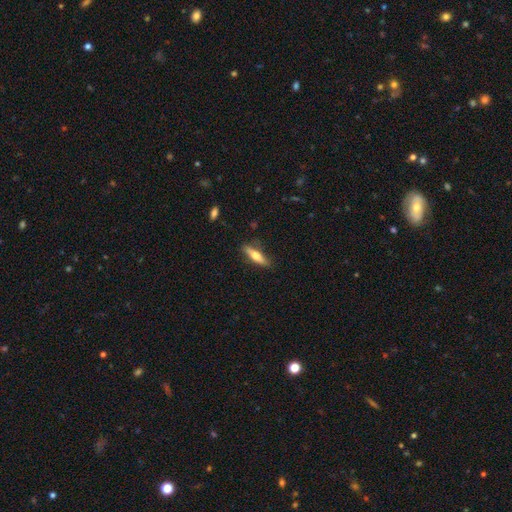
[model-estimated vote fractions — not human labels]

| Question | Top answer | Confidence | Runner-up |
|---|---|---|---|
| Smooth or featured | smooth | 55% | featured or disk (40%) |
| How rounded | cigar-shaped | 73% | in between (25%) |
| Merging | none | 83% | minor disturbance (13%) |